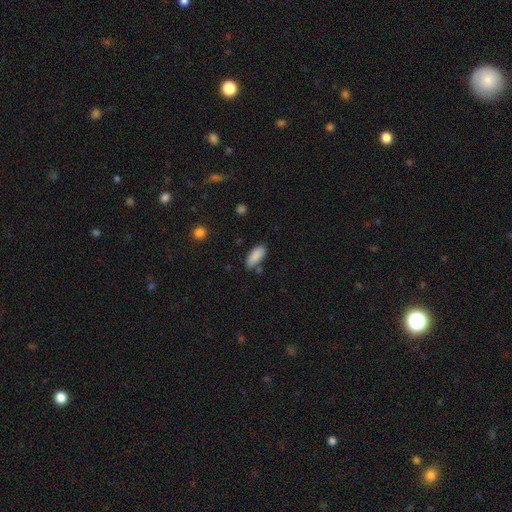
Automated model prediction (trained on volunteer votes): Smooth or featured? Predicted: smooth (p=0.89). How rounded? Predicted: in between (p=0.82). Merging? Predicted: none (p=0.76).